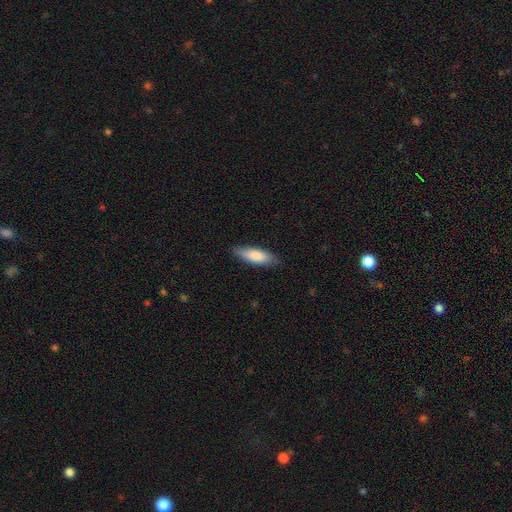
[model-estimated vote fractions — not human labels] Smooth or featured: smooth — 82% (featured or disk — 12%)
How rounded: in between — 55% (cigar-shaped — 43%)
Merging: none — 84% (minor disturbance — 13%)